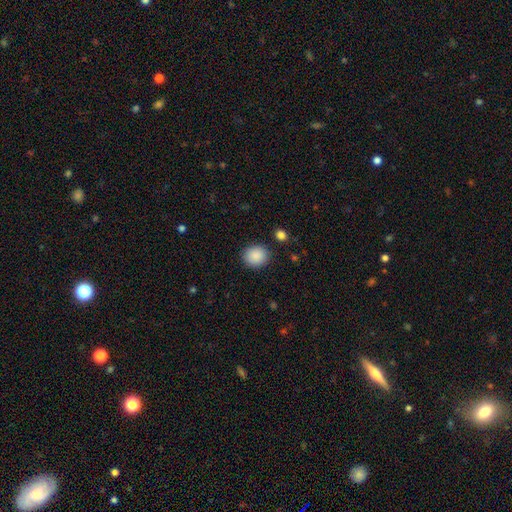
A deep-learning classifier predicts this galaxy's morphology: The model was most divided on "how rounded": round: 72%, in between: 27%, cigar-shaped: 1%. More confident: smooth or featured — smooth (89%); merging — none (88%).